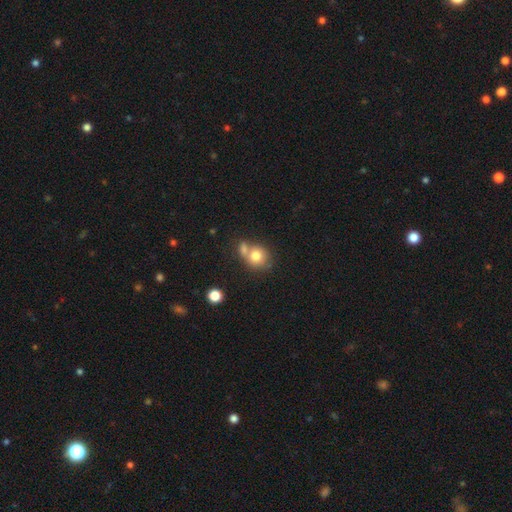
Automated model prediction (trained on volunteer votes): This is likely a smooth galaxy (77%). How rounded: likely round (79%). Merging: marginally merger (43%).